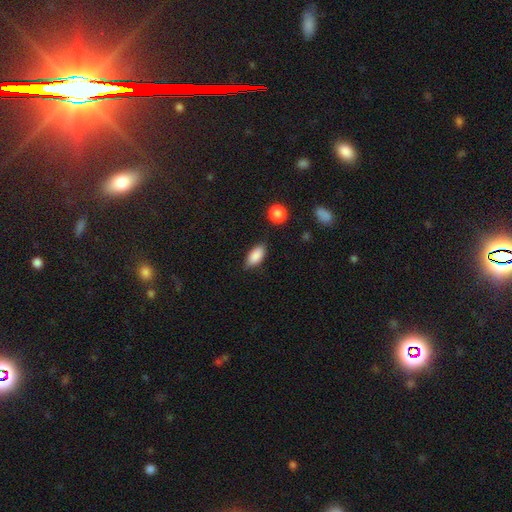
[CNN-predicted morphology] This appears to be a smooth galaxy with no disk features (88%) that is in between round and cigar-shaped (90%). Merging: none (79%).